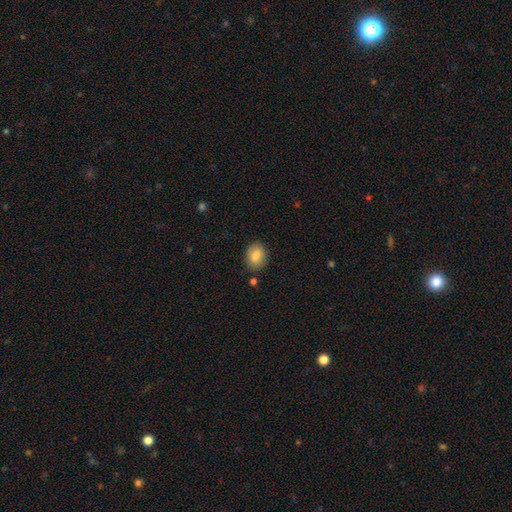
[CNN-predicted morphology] A smooth galaxy with no disk features (84%) that is in between round and cigar-shaped (61%). Merging: none (84%).